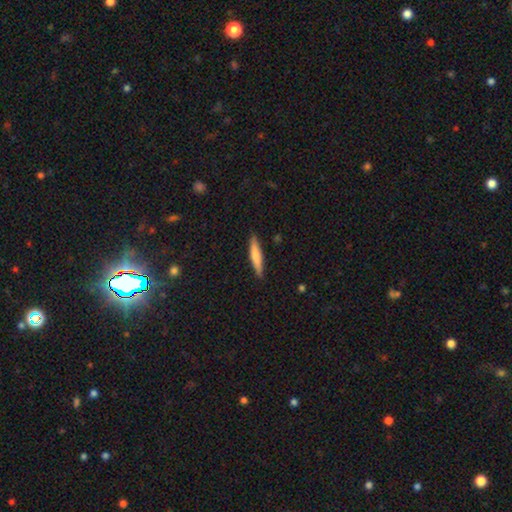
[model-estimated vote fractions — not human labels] Morphology: type=smooth (70%); roundness=cigar-shaped (89%); merging=none (88%).